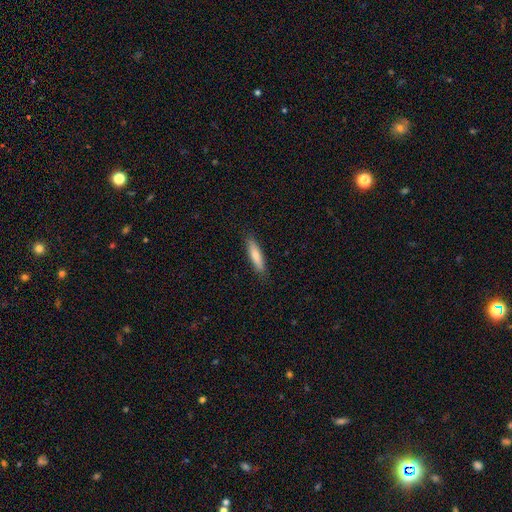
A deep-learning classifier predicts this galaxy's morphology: smooth_or_featured: smooth (p=0.78) [alt: featured or disk p=0.16]
how_rounded: cigar-shaped (p=0.76) [alt: in between p=0.23]
merging: none (p=0.86) [alt: minor disturbance p=0.10]